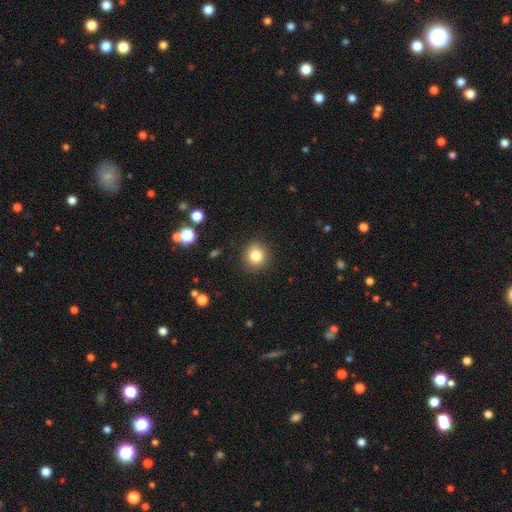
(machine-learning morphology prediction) A smooth galaxy with no disk features (82%) that is round (90%).

Vote fractions:
- Smooth or featured? smooth: 82% / star or artifact: 11% / featured or disk: 7%
- How rounded? round: 90% / in between: 9% / cigar-shaped: 1%
- Merging? none: 89% / minor disturbance: 7% / major disturbance: 2% / merger: 1%